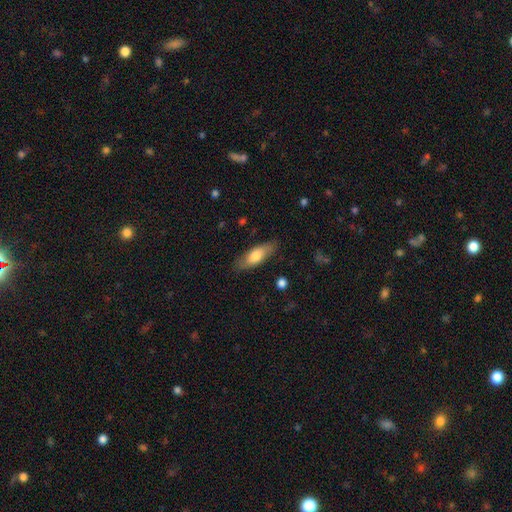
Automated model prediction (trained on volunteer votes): smooth 69%, featured or disk 25%, star or artifact 6%. Down the decision tree: how rounded — in between (67%); merging — none (81%).